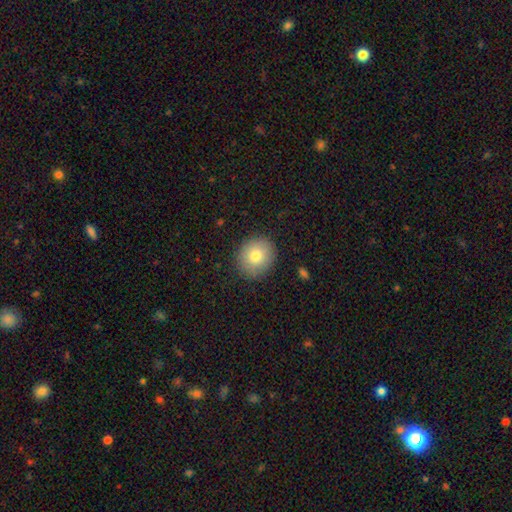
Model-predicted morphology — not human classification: type=smooth (80%); roundness=round (81%); merging=none (88%).